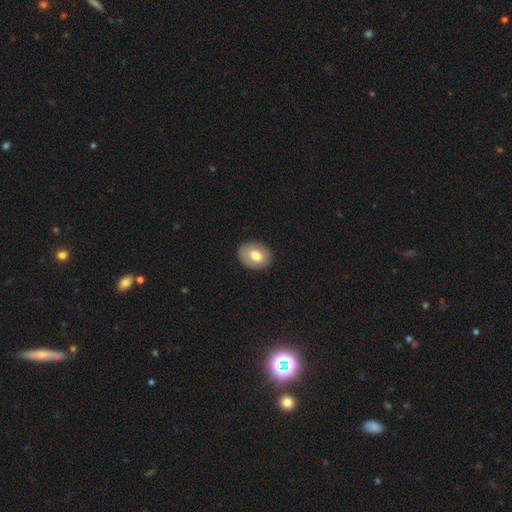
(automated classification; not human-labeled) This is likely a smooth galaxy (69%). How rounded: likely in between (62%). Merging: clearly none (86%).